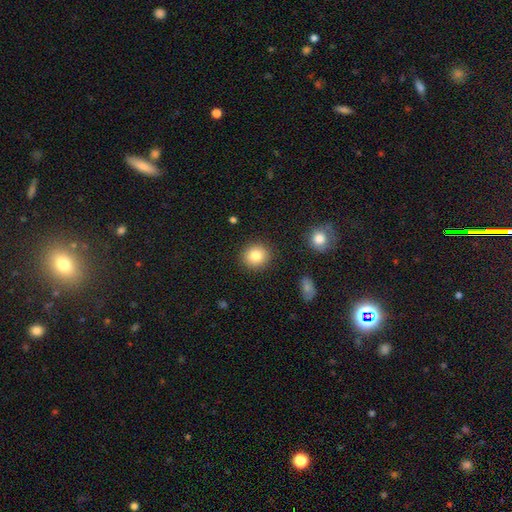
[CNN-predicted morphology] The model was most divided on "smooth or featured": smooth: 83%, star or artifact: 9%, featured or disk: 8%. More confident: merging — none (90%); how rounded — round (88%).